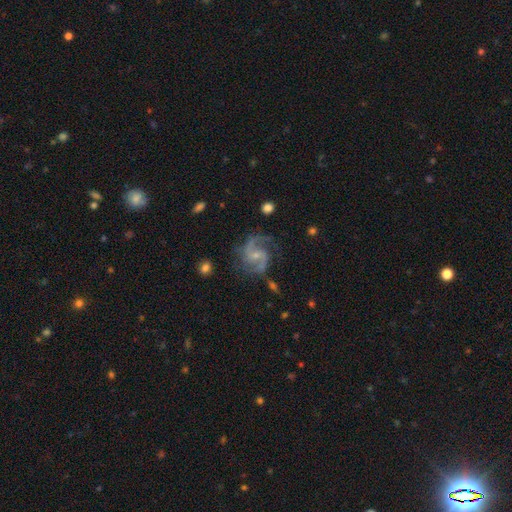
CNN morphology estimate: Smooth or featured? Predicted: featured or disk (p=0.89). Edge-on disk? Predicted: no (p=0.98). Bar? Predicted: weak (p=0.45). Spiral arms? Predicted: yes (p=0.97). Spiral winding? Predicted: medium (p=0.57). Spiral arm count? Predicted: 2 (p=0.83). Bulge size? Predicted: small (p=0.69). Merging? Predicted: none (p=0.68).